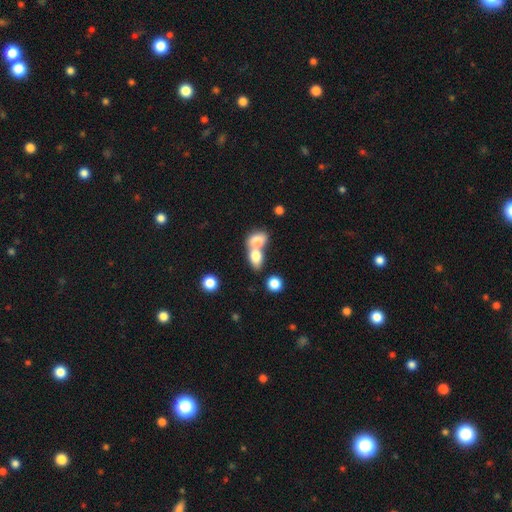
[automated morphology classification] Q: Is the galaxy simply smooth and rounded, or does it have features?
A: smooth — 77%.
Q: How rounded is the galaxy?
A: in between — 74%.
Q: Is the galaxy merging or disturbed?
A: merger — 70%.